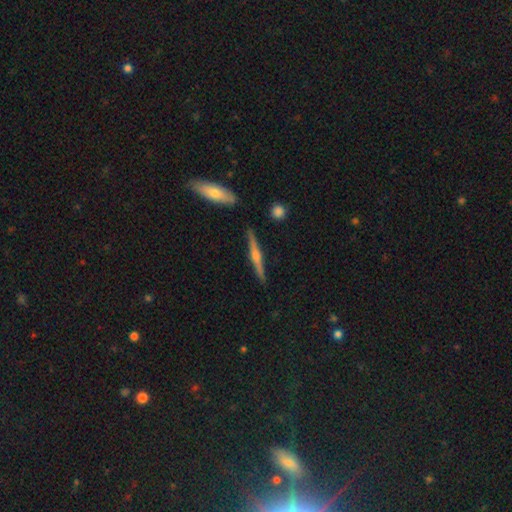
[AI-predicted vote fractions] Q: Smooth or featured?
A: featured or disk (76%); runner-up: smooth (17%)
Q: Edge-on disk?
A: yes (98%); runner-up: no (2%)
Q: Edge-on bulge?
A: rounded (87%); runner-up: boxy (6%)
Q: Merging?
A: none (89%); runner-up: minor disturbance (7%)